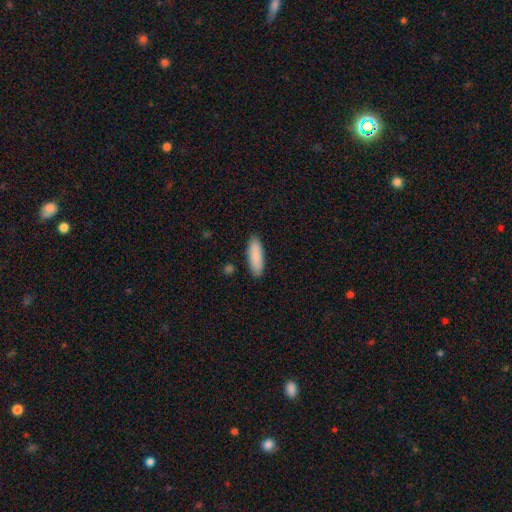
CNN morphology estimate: Smooth or featured? Predicted: smooth (p=0.88). How rounded? Predicted: in between (p=0.54). Merging? Predicted: none (p=0.87).